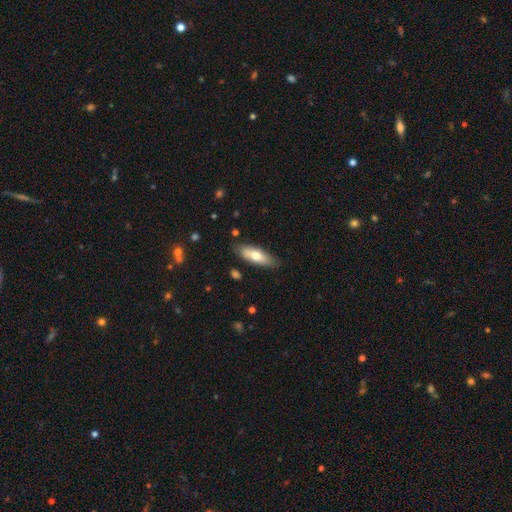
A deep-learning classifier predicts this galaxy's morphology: type=smooth (67%); roundness=in between (62%); merging=none (83%).